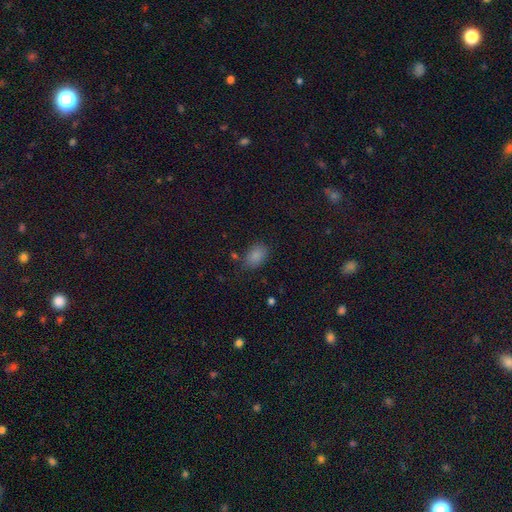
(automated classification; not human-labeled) A smooth galaxy with no disk features (84%) that is in between round and cigar-shaped (84%). Merging: none (73%).